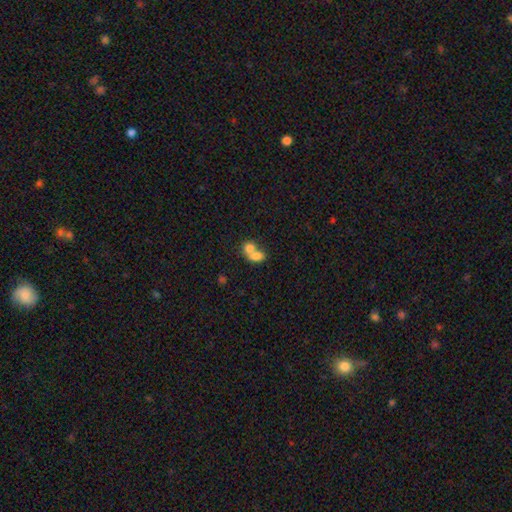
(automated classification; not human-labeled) smooth-or-featured: smooth: 73% | featured or disk: 17% | star or artifact: 9%
  how-rounded: in between: 63% | round: 36% | cigar-shaped: 2%
  merging: merger: 73% | none: 18% | minor disturbance: 5% | major disturbance: 3%